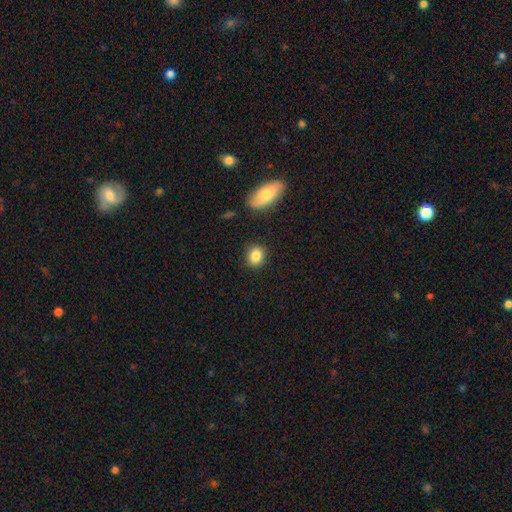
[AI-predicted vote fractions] smooth 85%, star or artifact 9%, featured or disk 6%. Down the decision tree: how rounded — round (62%); merging — none (87%).